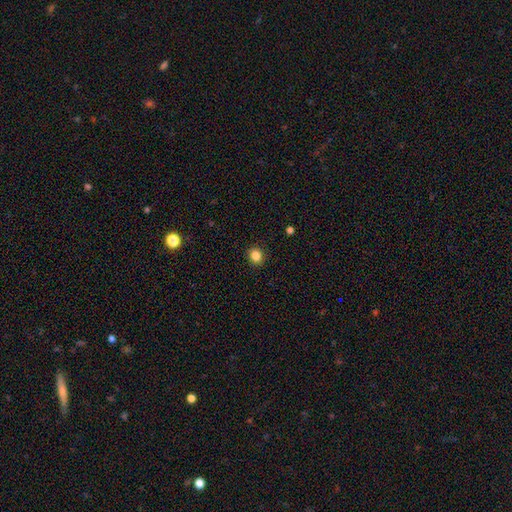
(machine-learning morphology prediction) Overall: smooth (85%). How rounded: round (81%). Merging: none (91%).